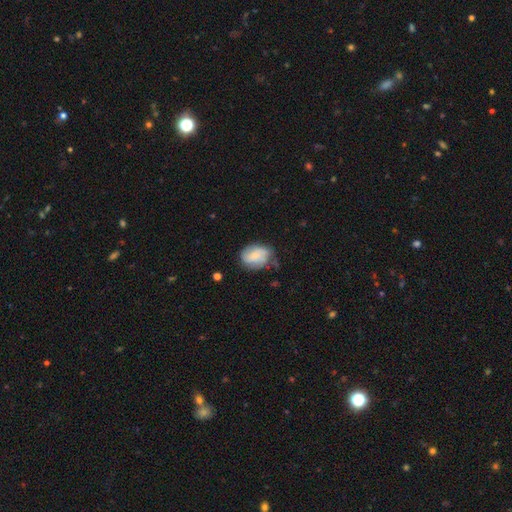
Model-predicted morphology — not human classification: A smooth galaxy with no disk features (56%) that is in between round and cigar-shaped (63%).

Vote fractions:
- Smooth or featured? smooth: 56% / featured or disk: 37% / star or artifact: 8%
- How rounded? in between: 63% / round: 35% / cigar-shaped: 1%
- Merging? none: 57% / minor disturbance: 30% / major disturbance: 9% / merger: 3%